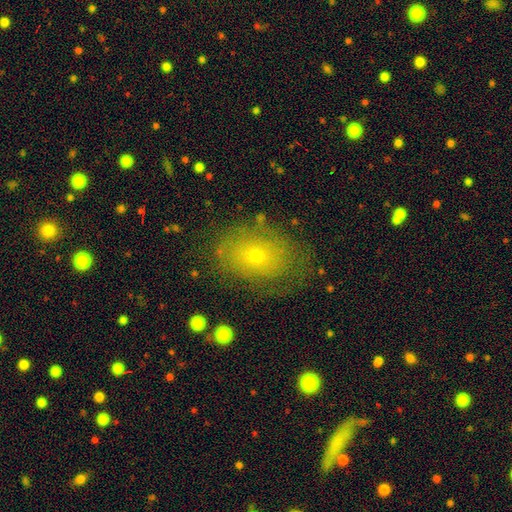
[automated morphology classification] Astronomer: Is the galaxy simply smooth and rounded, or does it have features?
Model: smooth — 58%.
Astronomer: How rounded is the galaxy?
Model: in between — 74%.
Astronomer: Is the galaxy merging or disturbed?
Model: none — 75%.